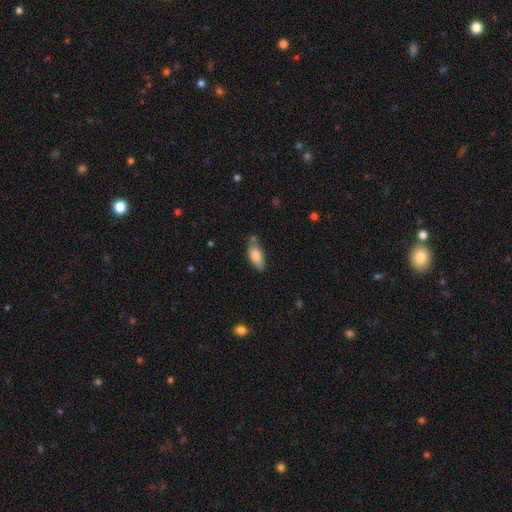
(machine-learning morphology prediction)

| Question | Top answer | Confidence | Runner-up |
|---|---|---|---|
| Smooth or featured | smooth | 79% | featured or disk (14%) |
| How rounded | in between | 86% | cigar-shaped (12%) |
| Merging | none | 64% | minor disturbance (23%) |